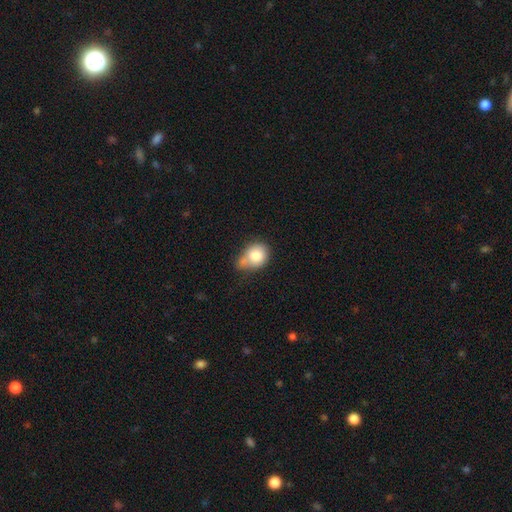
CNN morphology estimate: type=smooth (78%); roundness=round (59%); merging=minor disturbance (32%).